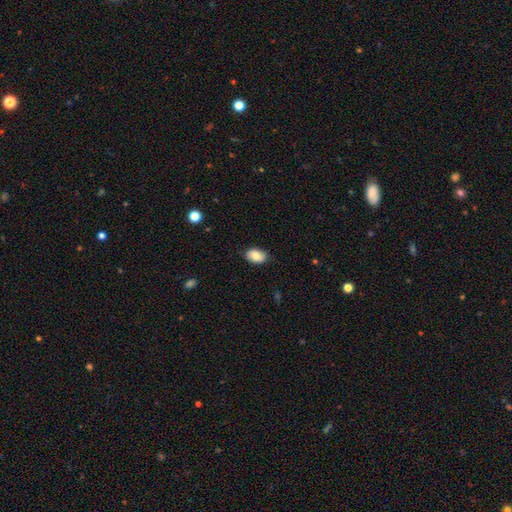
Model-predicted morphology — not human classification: This is likely a smooth galaxy (79%). How rounded: clearly in between (86%). Merging: clearly none (82%).